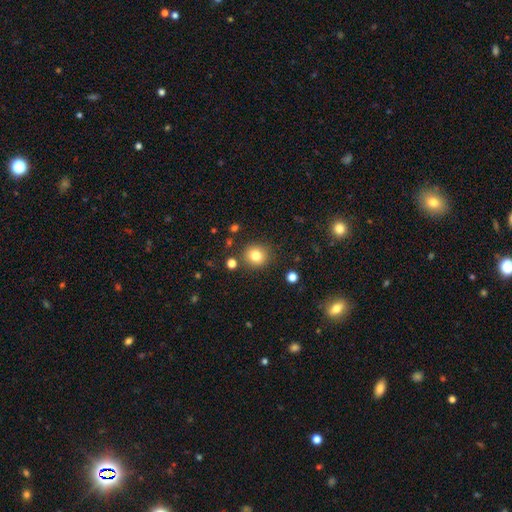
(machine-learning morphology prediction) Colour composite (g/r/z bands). It shows a smooth galaxy with no disk features (81%) that is round (90%). Merging: none (86%).